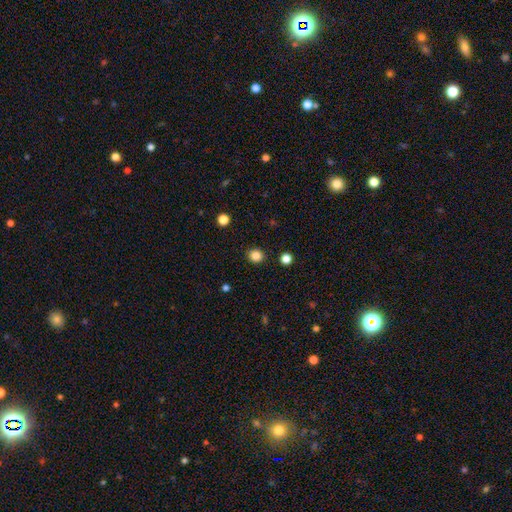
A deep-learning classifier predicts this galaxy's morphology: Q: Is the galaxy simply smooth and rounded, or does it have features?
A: smooth — 84%.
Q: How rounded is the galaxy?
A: round — 85%.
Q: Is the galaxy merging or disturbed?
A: none — 91%.